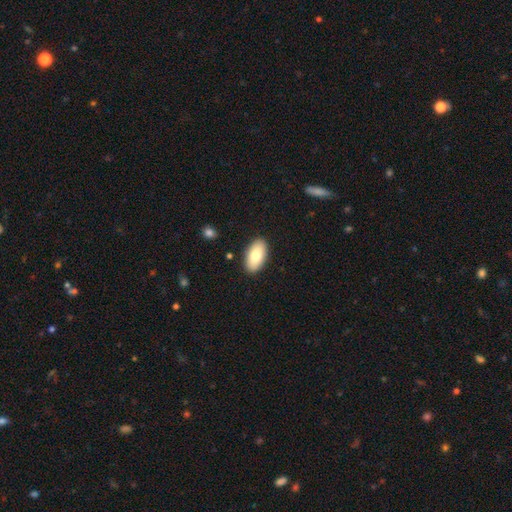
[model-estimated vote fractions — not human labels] smooth 80%, featured or disk 14%, star or artifact 6%. Down the decision tree: how rounded — in between (95%); merging — none (89%).